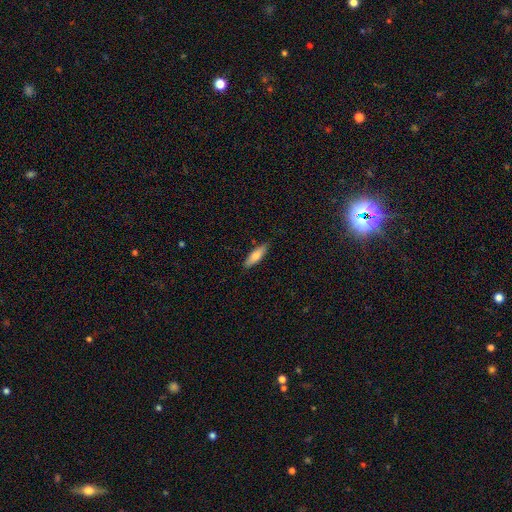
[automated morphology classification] This is likely a smooth galaxy (73%). How rounded: possibly cigar-shaped (56%). Merging: clearly none (85%).